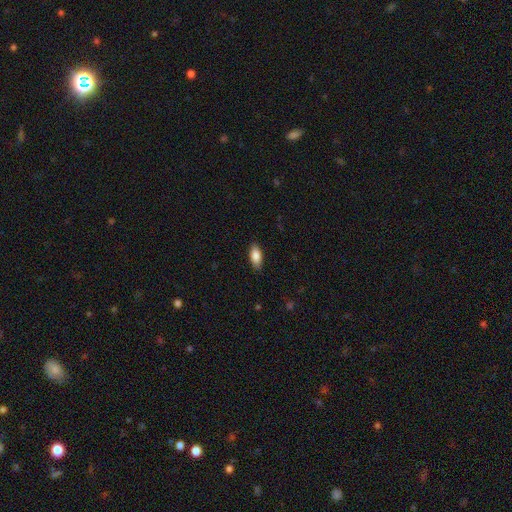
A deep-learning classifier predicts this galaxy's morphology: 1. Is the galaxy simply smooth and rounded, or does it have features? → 86% smooth, 8% featured or disk, 6% star or artifact.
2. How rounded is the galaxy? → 86% in between, 12% cigar-shaped, 3% round.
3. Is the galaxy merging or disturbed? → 87% none, 10% minor disturbance, 2% major disturbance, 1% merger.